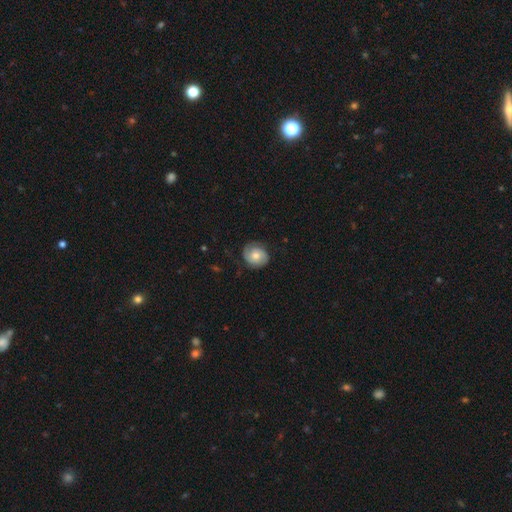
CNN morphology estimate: smooth-or-featured: featured or disk: 60% | smooth: 32% | star or artifact: 7%
  disk-edge-on: no: 98% | yes: 2%
    bar: no: 76% | weak: 21% | strong: 4%
    has-spiral-arms: yes: 91% | no: 9%
      spiral-winding: tight: 56% | medium: 33% | loose: 11%
      spiral-arm-count: 2: 76% | can't tell: 12% | 3: 4% | 1: 4% | 4: 2% | more than 4: 2%
    bulge-size: moderate: 64% | small: 27% | large: 5% | none: 2% | dominant: 1%
  merging: none: 78% | minor disturbance: 16% | major disturbance: 5% | merger: 1%